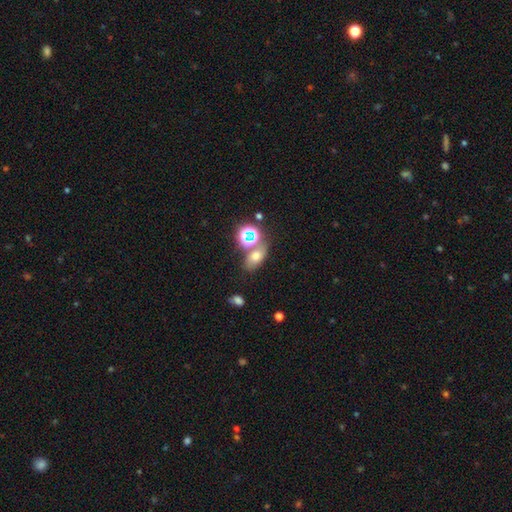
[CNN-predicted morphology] A smooth galaxy with no disk features (60%) that is in between round and cigar-shaped (73%). Merging: none (59%).